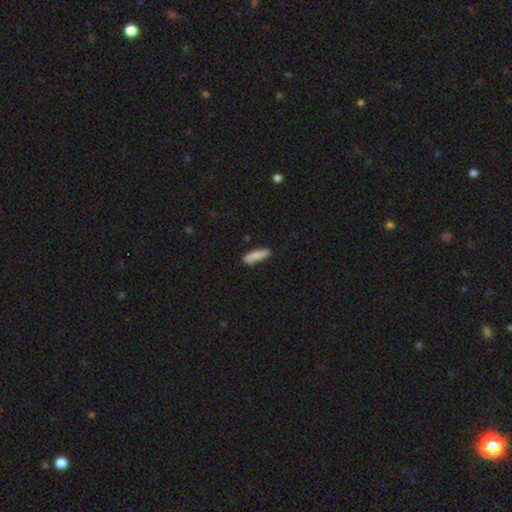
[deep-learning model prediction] A smooth galaxy with no disk features (85%) that is cigar-shaped (65%).

Vote fractions:
- Smooth or featured? smooth: 85% / featured or disk: 9% / star or artifact: 6%
- How rounded? cigar-shaped: 65% / in between: 34% / round: 2%
- Merging? none: 76% / minor disturbance: 18% / major disturbance: 3% / merger: 3%